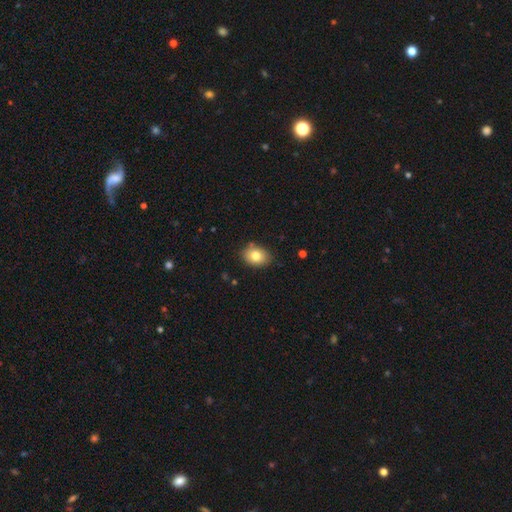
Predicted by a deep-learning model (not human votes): This is likely a smooth galaxy (79%). How rounded: likely in between (65%). Merging: clearly none (83%).